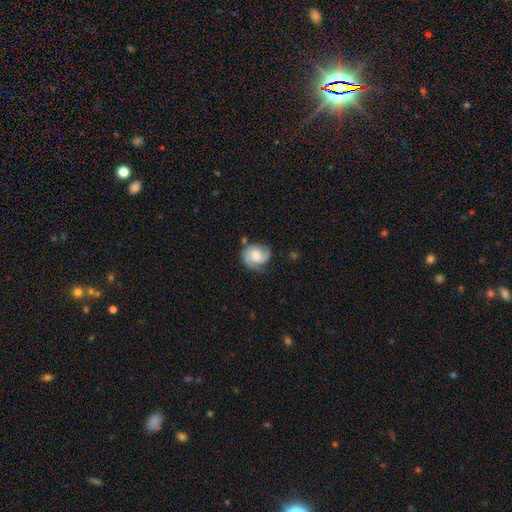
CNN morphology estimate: Overall: featured or disk (62%; smooth 30%). Edge-on disk: no (98%). Bar: no (64%; weak 31%). Spiral arms: yes (92%). Spiral arm count: 2 (65%). Spiral winding: medium (41%, tied with tight). Bulge size: moderate (49%; large 22%). Merging: none (62%; minor disturbance 25%).